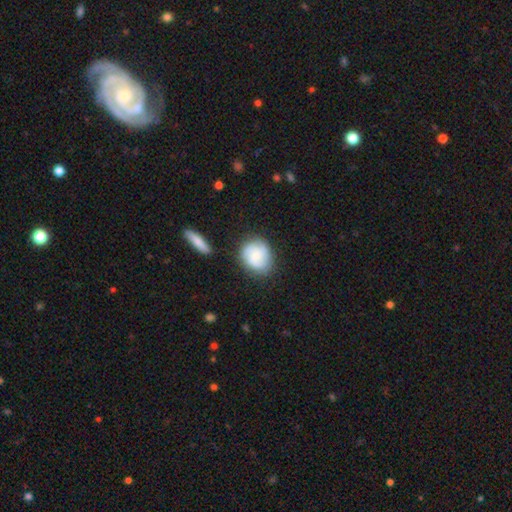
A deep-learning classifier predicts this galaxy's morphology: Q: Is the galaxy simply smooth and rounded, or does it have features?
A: featured or disk — 61%.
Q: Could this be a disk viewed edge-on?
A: no — 98%.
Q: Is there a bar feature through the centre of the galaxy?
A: no — 60%.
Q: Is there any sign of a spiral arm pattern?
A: yes — 94%.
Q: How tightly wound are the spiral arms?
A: medium — 44%.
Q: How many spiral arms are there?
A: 3 — 46%.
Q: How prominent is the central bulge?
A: small — 44%.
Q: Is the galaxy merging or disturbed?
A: none — 77%.